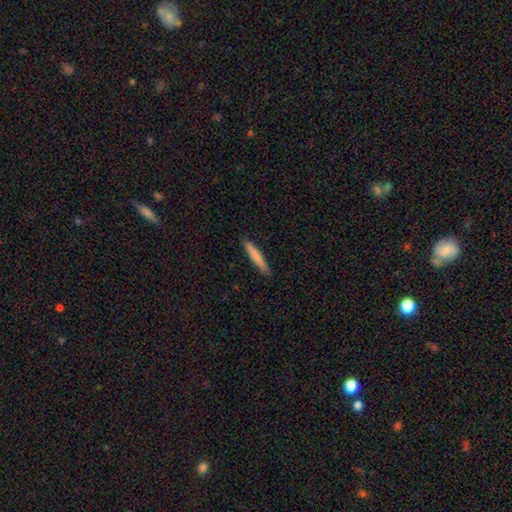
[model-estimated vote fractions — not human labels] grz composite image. It shows a smooth galaxy with no disk features (78%) that is cigar-shaped (94%). Merging: none (91%).